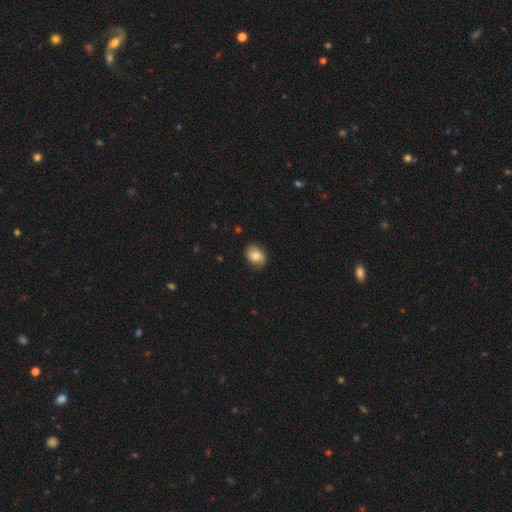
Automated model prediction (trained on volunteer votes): A smooth galaxy with no disk features (74%) that is in between round and cigar-shaped (64%).

Vote fractions:
- Smooth or featured? smooth: 74% / featured or disk: 18% / star or artifact: 8%
- How rounded? in between: 64% / round: 35% / cigar-shaped: 1%
- Merging? none: 79% / minor disturbance: 17% / major disturbance: 3% / merger: 1%